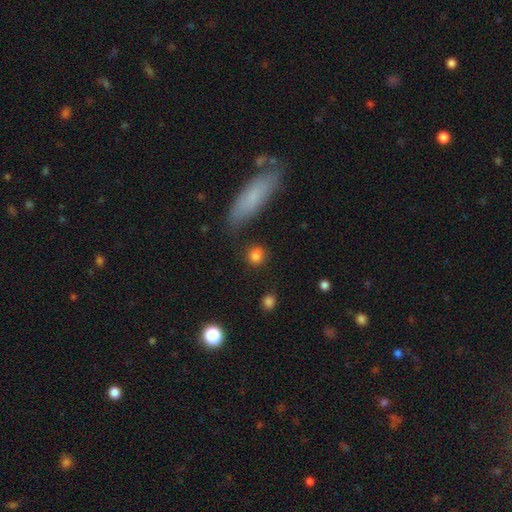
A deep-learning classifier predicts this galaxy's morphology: smooth_or_featured: smooth (p=0.84) [alt: star or artifact p=0.10]
how_rounded: round (p=0.77) [alt: in between p=0.19]
merging: none (p=0.80) [alt: minor disturbance p=0.11]